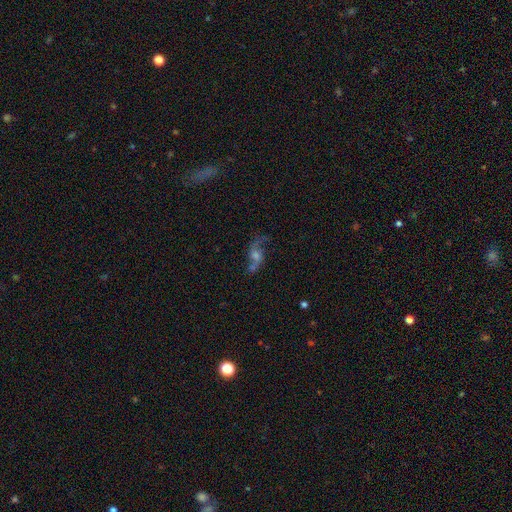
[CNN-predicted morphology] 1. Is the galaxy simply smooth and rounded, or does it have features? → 70% featured or disk, 16% smooth, 15% star or artifact.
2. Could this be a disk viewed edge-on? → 90% no, 10% yes.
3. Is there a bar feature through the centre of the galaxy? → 63% no, 30% weak, 7% strong.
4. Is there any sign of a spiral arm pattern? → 88% yes, 12% no.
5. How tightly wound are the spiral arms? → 79% loose, 16% medium, 4% tight.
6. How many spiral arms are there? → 86% 2, 7% 1, 4% can't tell, 1% 3, 1% 4, 1% more than 4.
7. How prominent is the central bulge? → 45% moderate, 25% small, 16% large, 10% none, 3% dominant.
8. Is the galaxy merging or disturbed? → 56% none, 16% minor disturbance, 15% major disturbance, 13% merger.